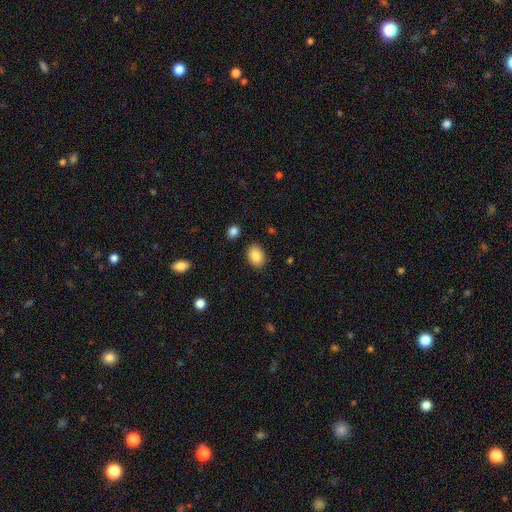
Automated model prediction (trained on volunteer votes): smooth_or_featured: smooth (p=0.86) [alt: star or artifact p=0.08]
how_rounded: in between (p=0.74) [alt: round p=0.25]
merging: none (p=0.87) [alt: minor disturbance p=0.09]